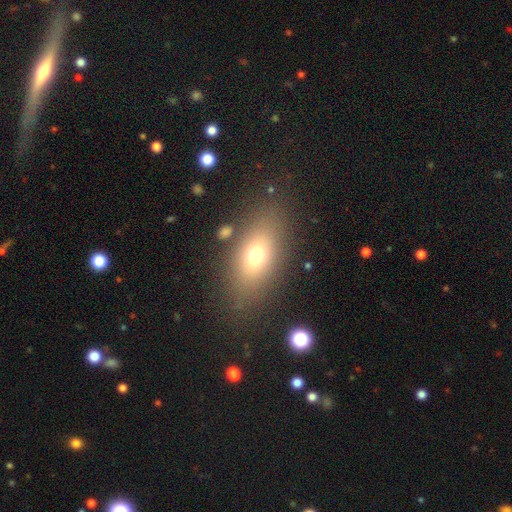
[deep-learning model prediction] smooth_or_featured: smooth (p=0.70) [alt: featured or disk p=0.18]
how_rounded: in between (p=0.80) [alt: round p=0.14]
merging: none (p=0.79) [alt: minor disturbance p=0.12]